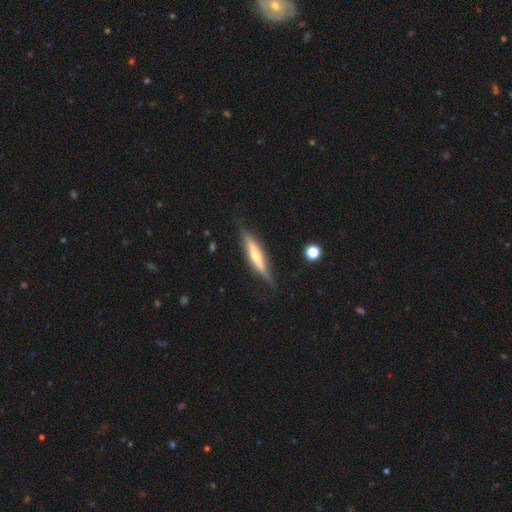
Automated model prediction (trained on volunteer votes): Smooth or featured: featured or disk — 67% (smooth — 27%)
Edge-on disk: yes — 92% (no — 8%)
Edge-on bulge: rounded — 83% (none — 12%)
Merging: none — 77% (minor disturbance — 18%)